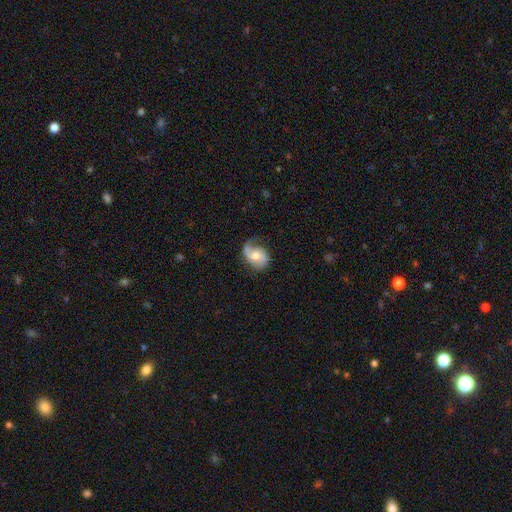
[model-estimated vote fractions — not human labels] Overall: featured or disk (75%). Edge-on disk: no (98%). Bar: no (56%; weak 37%). Spiral arms: yes (94%). Spiral arm count: 2 (70%). Spiral winding: medium (44%; loose 38%). Bulge size: moderate (63%). Merging: none (62%; minor disturbance 24%).